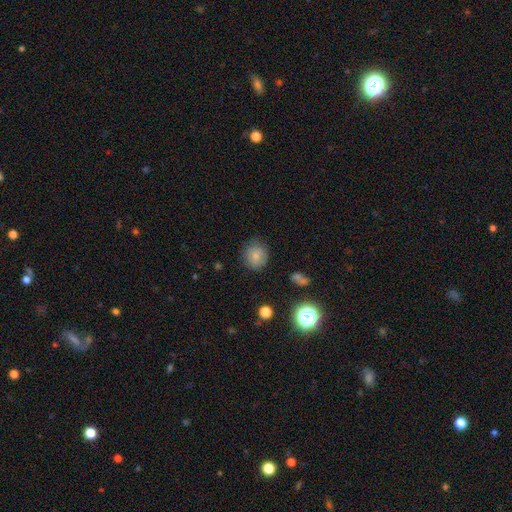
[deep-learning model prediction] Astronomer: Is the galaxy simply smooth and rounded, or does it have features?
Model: smooth — 79%.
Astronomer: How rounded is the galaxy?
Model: round — 84%.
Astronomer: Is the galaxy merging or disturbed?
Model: none — 82%.